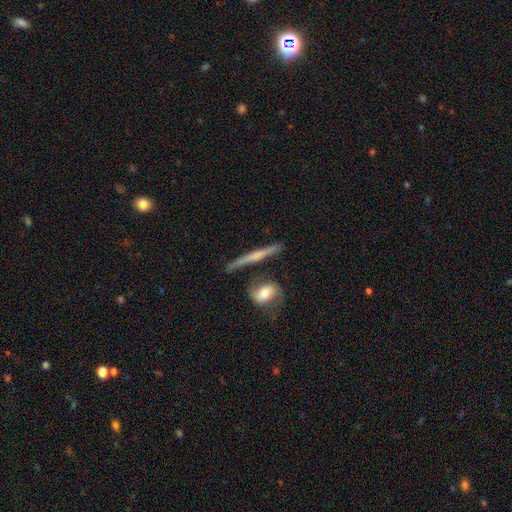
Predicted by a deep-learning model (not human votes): Smooth or featured: featured or disk — 62% (smooth — 31%)
Edge-on disk: yes — 83% (no — 17%)
Edge-on bulge: none — 48% (rounded — 37%)
Merging: none — 64% (minor disturbance — 17%)